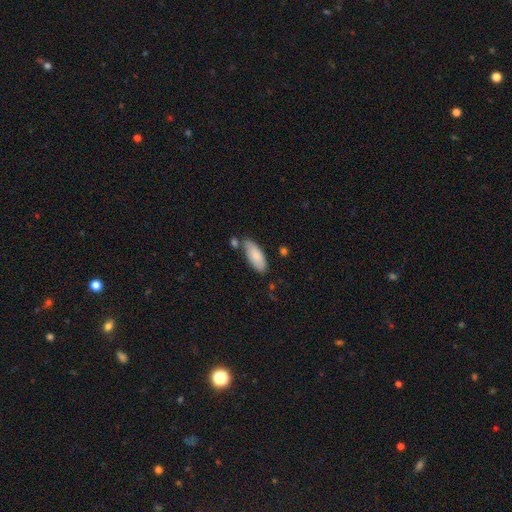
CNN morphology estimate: Smooth or featured?
  - smooth: 81% *
  - featured or disk: 13%
  - star or artifact: 6%
How rounded?
  - in between: 80% *
  - cigar-shaped: 19%
  - round: 2%
Merging?
  - none: 67% *
  - minor disturbance: 19%
  - merger: 10%
  - major disturbance: 4%